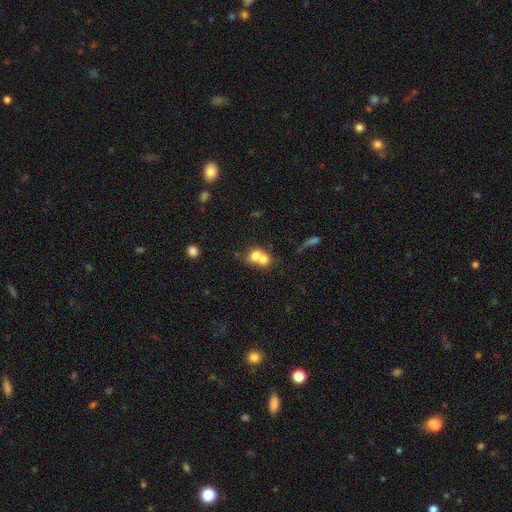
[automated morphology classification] A smooth galaxy with no disk features (70%) that is round (60%).

Vote fractions:
- Smooth or featured? smooth: 70% / featured or disk: 19% / star or artifact: 10%
- How rounded? round: 60% / in between: 39% / cigar-shaped: 1%
- Merging? merger: 71% / none: 20% / minor disturbance: 5% / major disturbance: 3%